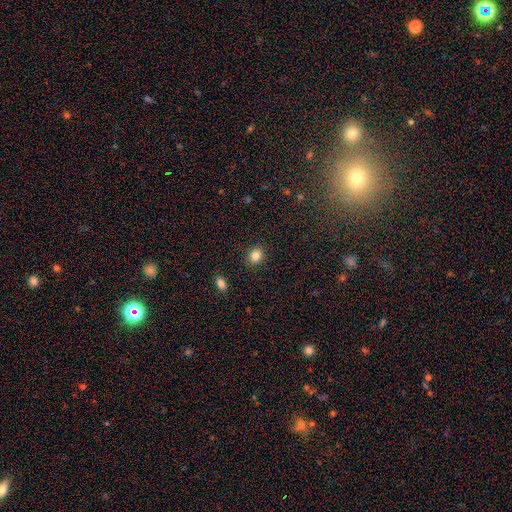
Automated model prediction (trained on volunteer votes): This is clearly a smooth galaxy (84%). How rounded: likely round (63%). Merging: clearly none (90%).